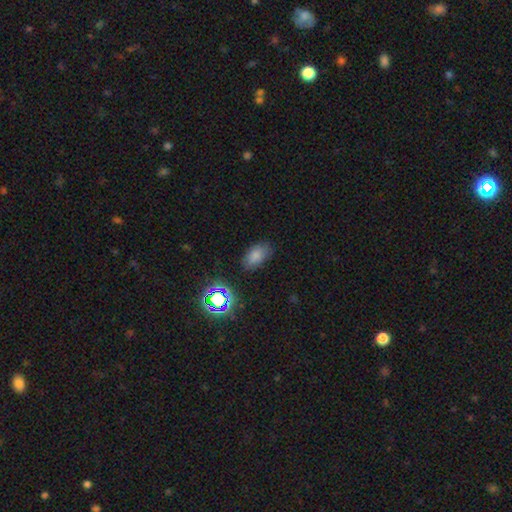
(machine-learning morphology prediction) Q: Smooth or featured?
A: smooth (77%); runner-up: star or artifact (15%)
Q: How rounded?
A: in between (90%); runner-up: round (8%)
Q: Merging?
A: none (80%); runner-up: minor disturbance (14%)